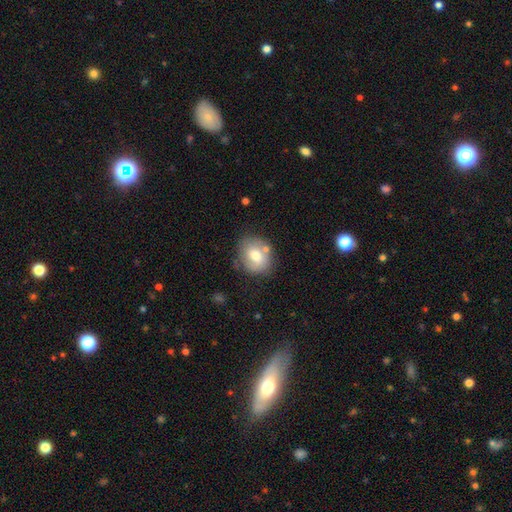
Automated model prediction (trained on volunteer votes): smooth_or_featured: smooth (p=0.67) [alt: featured or disk p=0.25]
how_rounded: round (p=0.61) [alt: in between p=0.38]
merging: none (p=0.68) [alt: minor disturbance p=0.18]